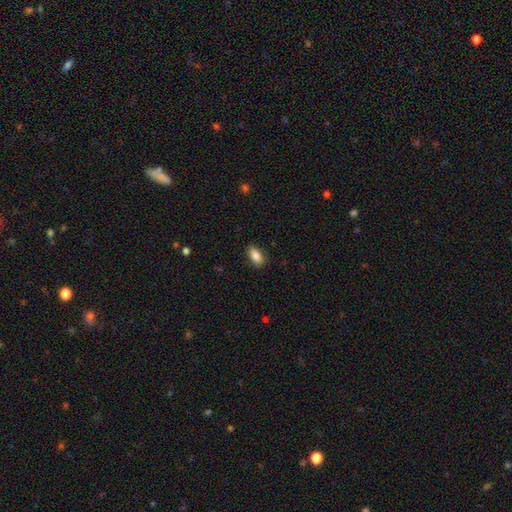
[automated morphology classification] This appears to be a smooth galaxy with no disk features (85%) that is in between round and cigar-shaped (90%). Merging: none (85%).